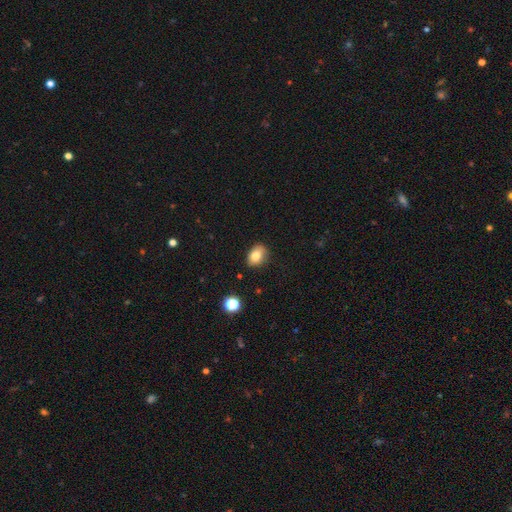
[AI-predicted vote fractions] The model was most divided on "how rounded": in between: 74%, round: 24%, cigar-shaped: 1%. More confident: merging — none (83%); smooth or featured — smooth (81%).